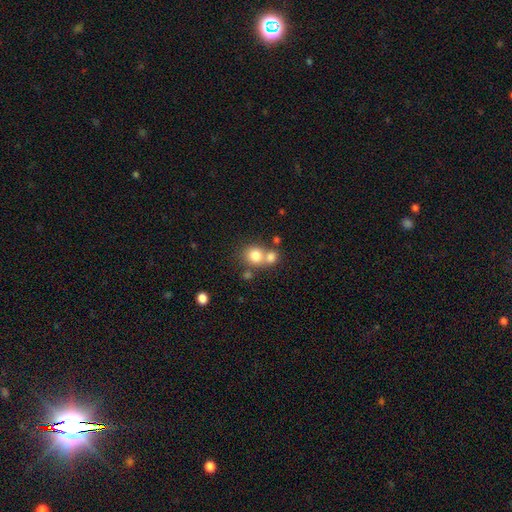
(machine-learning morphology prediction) smooth_or_featured: smooth (p=0.78) [alt: star or artifact p=0.11]
how_rounded: round (p=0.80) [alt: in between p=0.19]
merging: merger (p=0.46) [alt: none p=0.43]